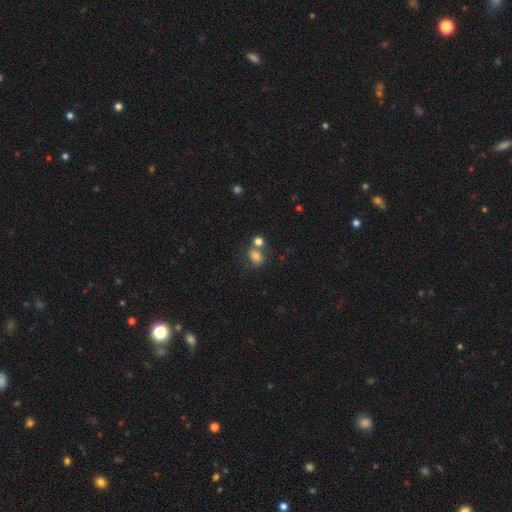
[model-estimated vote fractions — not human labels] Smooth or featured? Predicted: smooth (p=0.76). How rounded? Predicted: in between (p=0.59). Merging? Predicted: none (p=0.47).